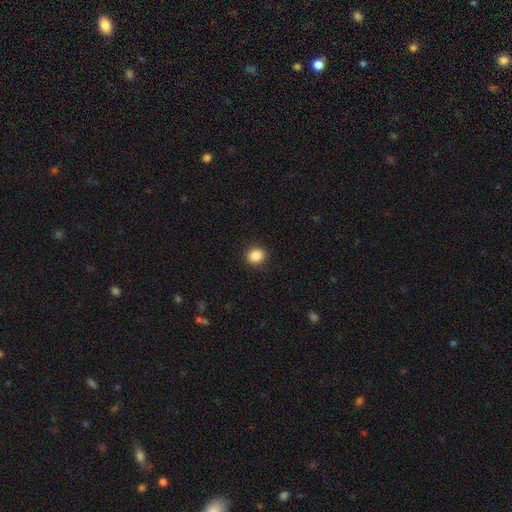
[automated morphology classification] smooth 87%, star or artifact 9%, featured or disk 3%. Down the decision tree: how rounded — round (83%); merging — none (91%).